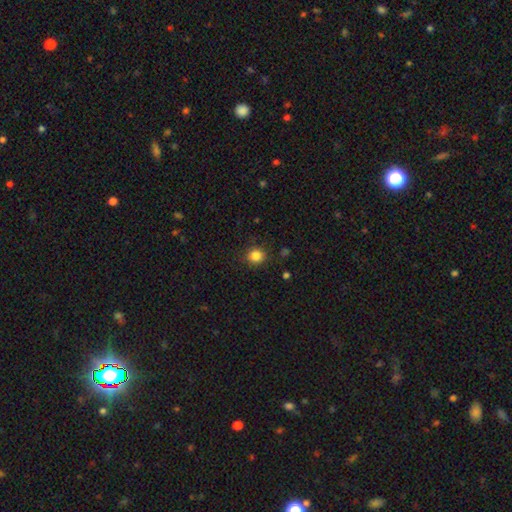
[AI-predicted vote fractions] A smooth galaxy with no disk features (84%) that is round (88%). Merging: none (88%).